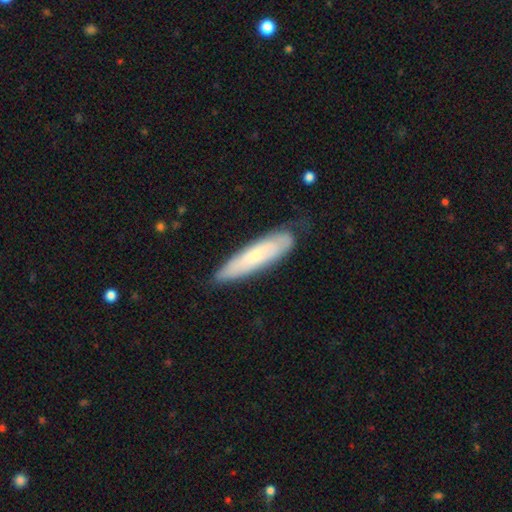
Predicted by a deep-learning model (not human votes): This appears to be a smooth galaxy with no disk features (54%) that is cigar-shaped (71%). Merging: none (69%).